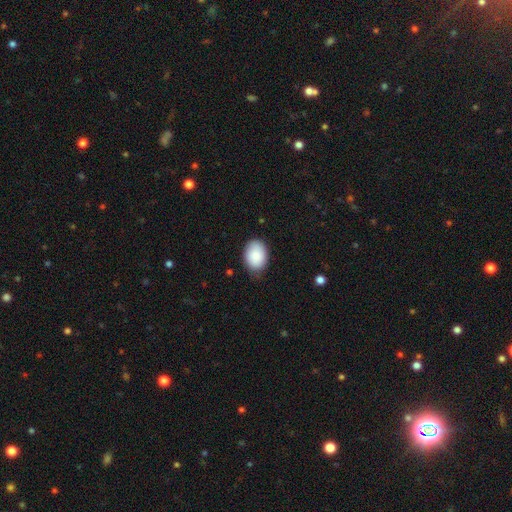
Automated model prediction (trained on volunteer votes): smooth_or_featured: smooth (p=0.87) [alt: star or artifact p=0.07]
how_rounded: in between (p=0.77) [alt: round p=0.22]
merging: none (p=0.77) [alt: minor disturbance p=0.18]